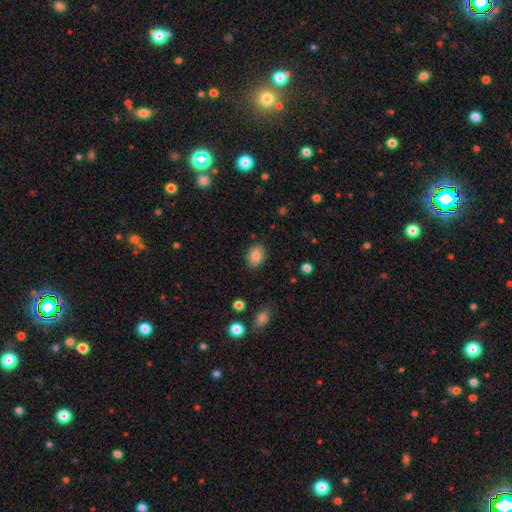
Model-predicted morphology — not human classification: Smooth or featured: smooth — 86% (star or artifact — 8%)
How rounded: in between — 75% (round — 24%)
Merging: none — 84% (minor disturbance — 12%)